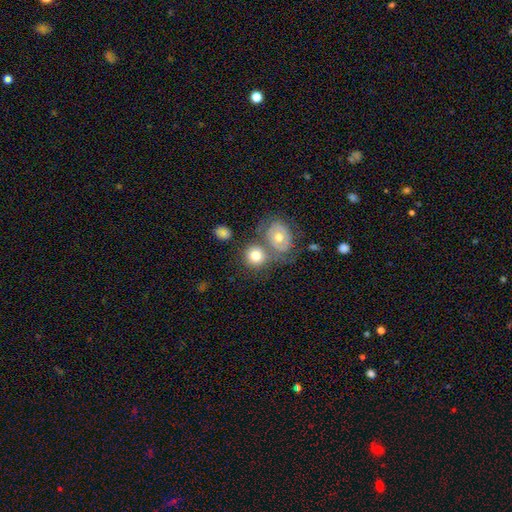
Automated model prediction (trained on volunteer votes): Smooth or featured? smooth (70%)
How rounded? round (81%)
Merging? none (47%)